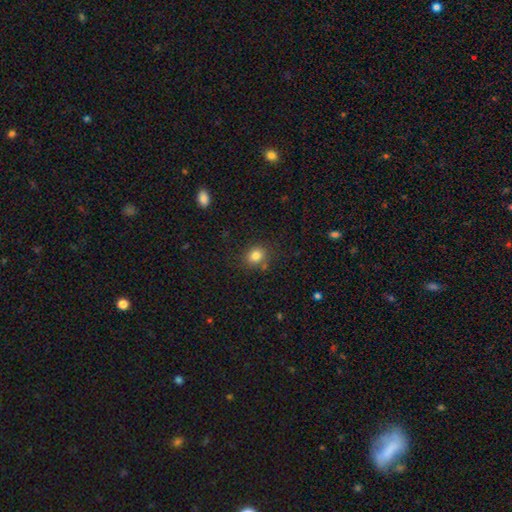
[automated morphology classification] smooth 82%, star or artifact 12%, featured or disk 7%. Down the decision tree: how rounded — round (60%); merging — none (78%).